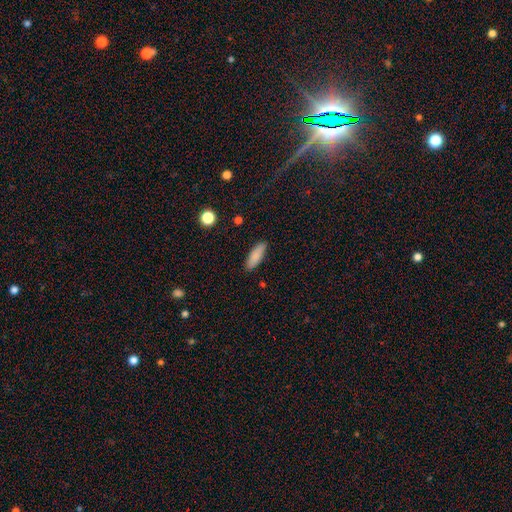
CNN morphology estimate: smooth-or-featured: smooth: 86% | star or artifact: 7% | featured or disk: 7%
  how-rounded: in between: 58% | cigar-shaped: 40% | round: 2%
  merging: none: 88% | minor disturbance: 9% | major disturbance: 2% | merger: 1%